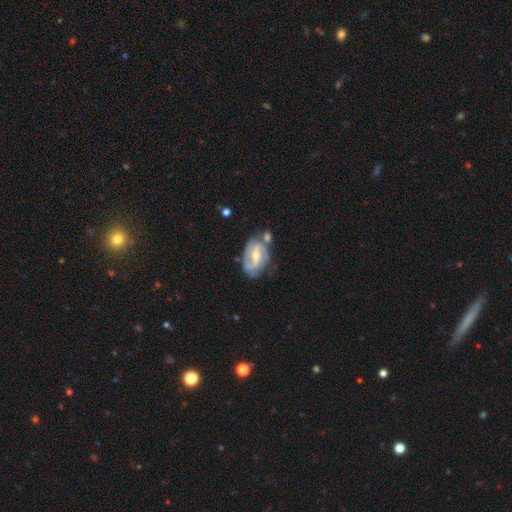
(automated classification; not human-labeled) A featured or disk galaxy (82%) with a weak bar (47%), 2 (80%) medium (49%) spiral arms (92%) and a moderate central bulge (53%).

Vote fractions:
- Smooth or featured? featured or disk: 82% / smooth: 13% / star or artifact: 5%
- Edge-on disk? no: 96% / yes: 4%
- Bar? weak: 47% / strong: 30% / no: 23%
- Spiral arms? yes: 92% / no: 8%
- Spiral winding? medium: 49% / tight: 27% / loose: 24%
- Spiral arm count? 2: 80% / can't tell: 9% / 3: 5% / 1: 4% / 4: 1% / more than 4: 1%
- Bulge size? moderate: 53% / small: 43% / large: 2% / none: 1% / dominant: 1%
- Merging? none: 55% / minor disturbance: 22% / merger: 15% / major disturbance: 8%